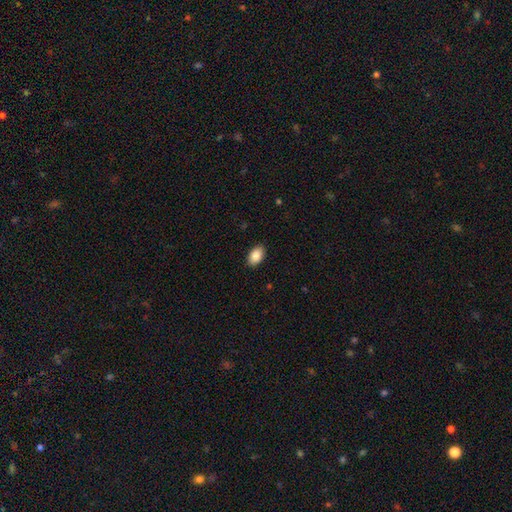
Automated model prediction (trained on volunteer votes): Smooth or featured? smooth (88%)
How rounded? in between (91%)
Merging? none (89%)